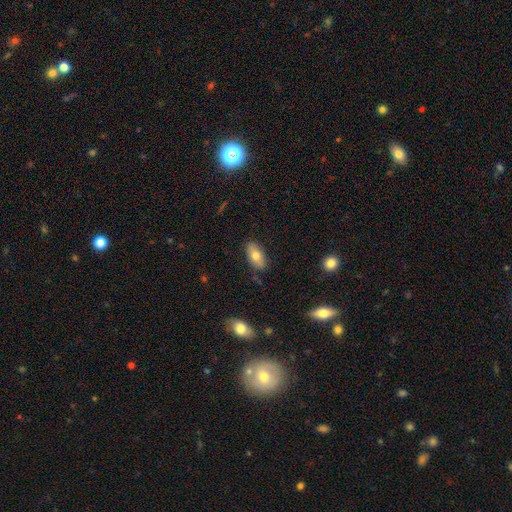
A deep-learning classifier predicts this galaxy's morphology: smooth_or_featured: smooth (p=0.74) [alt: featured or disk p=0.19]
how_rounded: in between (p=0.90) [alt: cigar-shaped p=0.06]
merging: none (p=0.83) [alt: minor disturbance p=0.13]